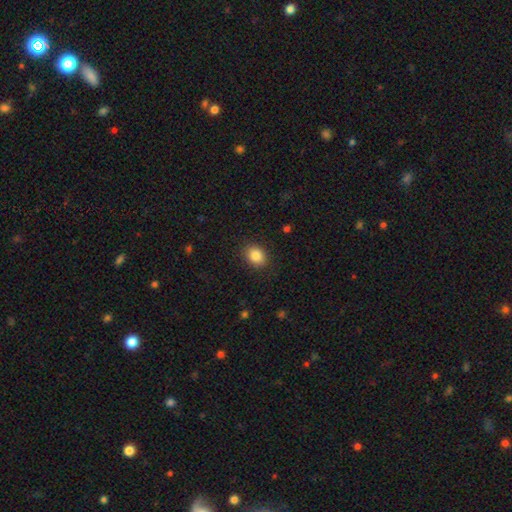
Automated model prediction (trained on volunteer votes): This appears to be a smooth galaxy with no disk features (86%) that is in between round and cigar-shaped (58%). Merging: none (88%).